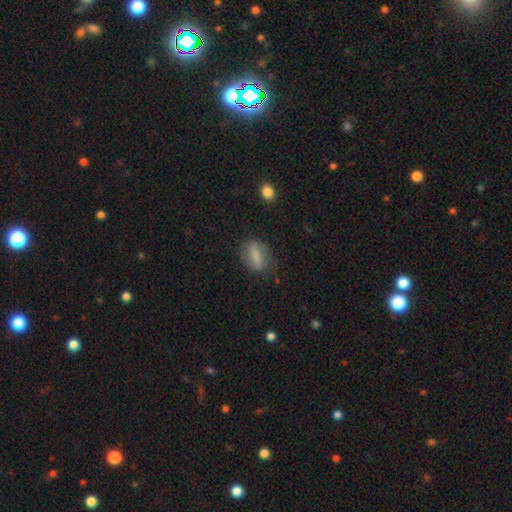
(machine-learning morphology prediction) Overall: smooth (72%). How rounded: in between (73%). Merging: none (74%).